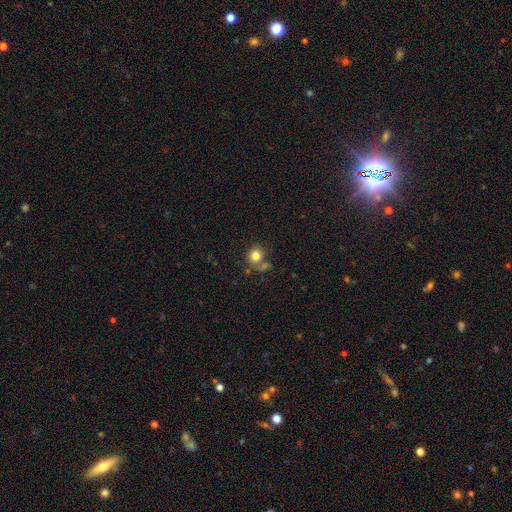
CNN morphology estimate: This is clearly a smooth galaxy (80%). How rounded: clearly round (84%). Merging: likely none (61%).